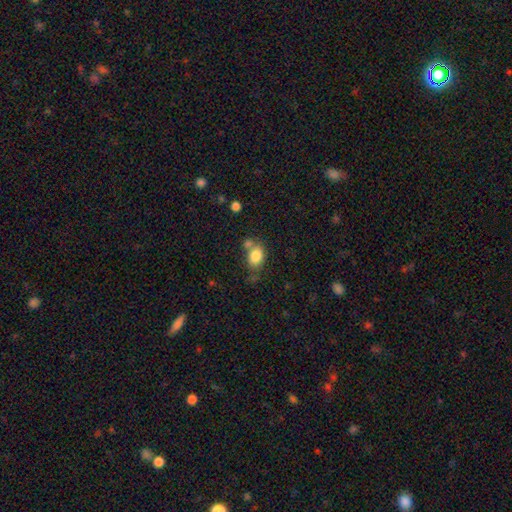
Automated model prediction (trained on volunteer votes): Overall: smooth (83%). How rounded: in between (73%). Merging: none (54%; merger 25%).